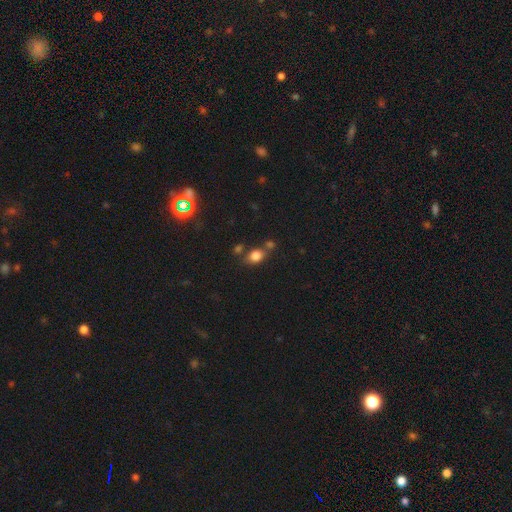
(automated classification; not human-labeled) Smooth or featured? smooth (80%)
How rounded? in between (61%)
Merging? none (60%)